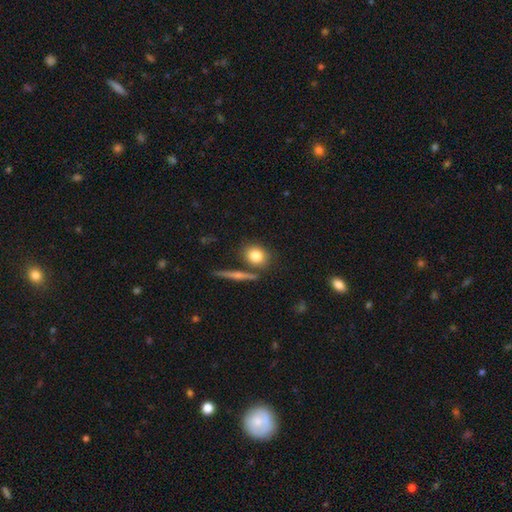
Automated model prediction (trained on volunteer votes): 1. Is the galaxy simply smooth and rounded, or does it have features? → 79% smooth, 12% featured or disk, 9% star or artifact.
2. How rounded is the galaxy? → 62% round, 34% in between, 4% cigar-shaped.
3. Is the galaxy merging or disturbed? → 73% none, 13% merger, 11% minor disturbance, 3% major disturbance.